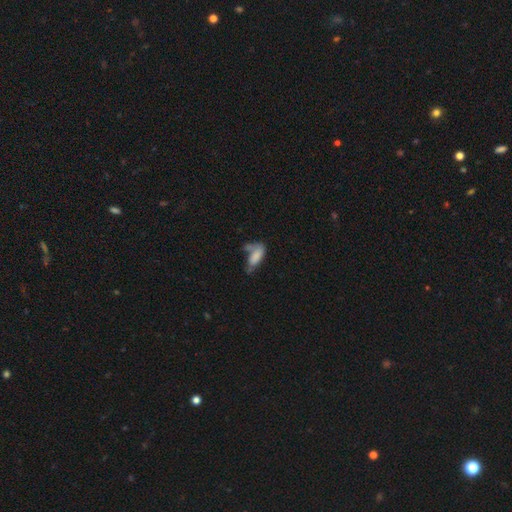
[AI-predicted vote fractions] This appears to be a smooth galaxy with no disk features (76%) that is in between round and cigar-shaped (80%). Merging: none (29%).